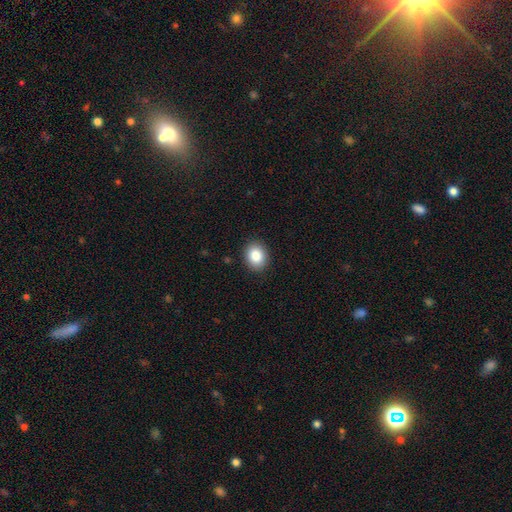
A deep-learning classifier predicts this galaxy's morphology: Q: Smooth or featured?
A: smooth (87%); runner-up: star or artifact (8%)
Q: How rounded?
A: round (51%); runner-up: in between (48%)
Q: Merging?
A: none (89%); runner-up: minor disturbance (7%)